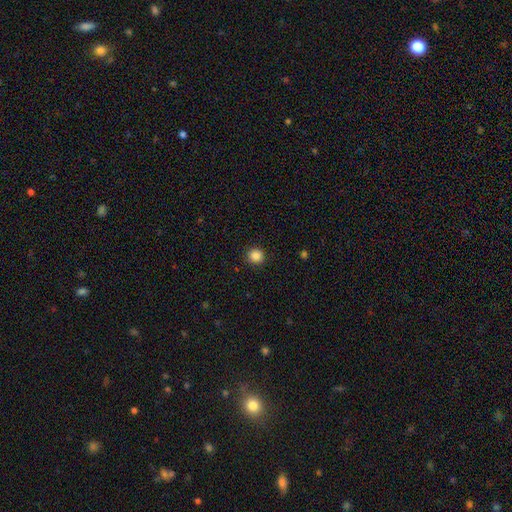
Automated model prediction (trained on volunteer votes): This is clearly a smooth galaxy (86%). How rounded: clearly round (92%). Merging: clearly none (91%).